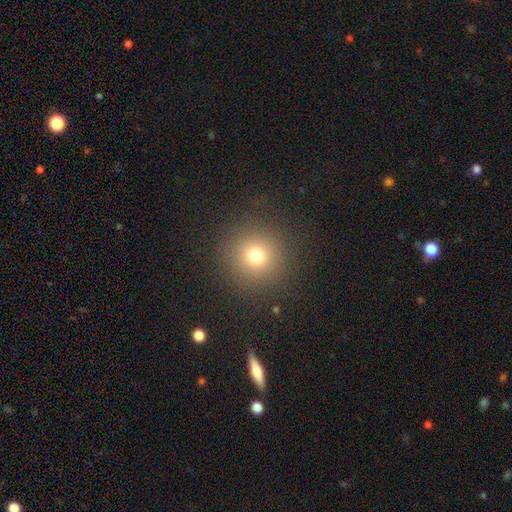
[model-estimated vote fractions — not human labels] The model was most divided on "smooth or featured": smooth: 74%, star or artifact: 17%, featured or disk: 9%. More confident: how rounded — round (95%); merging — none (89%).